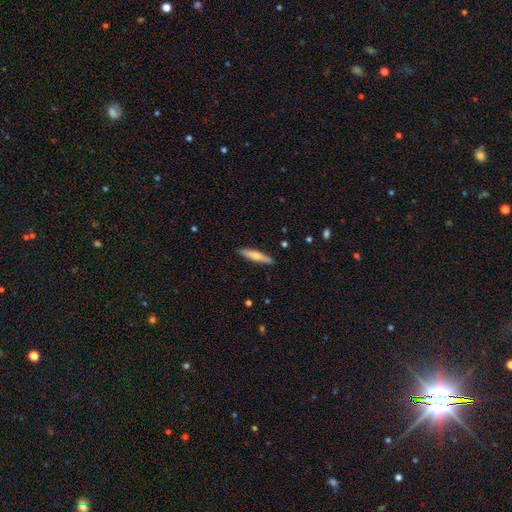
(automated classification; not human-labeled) Morphology: type=smooth (59%); roundness=cigar-shaped (85%); merging=none (89%).